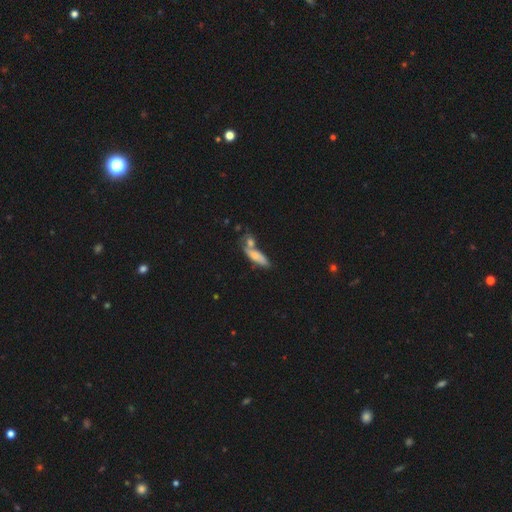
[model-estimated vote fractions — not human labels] A smooth galaxy with no disk features (68%) that is cigar-shaped (53%).

Vote fractions:
- Smooth or featured? smooth: 68% / featured or disk: 24% / star or artifact: 8%
- How rounded? cigar-shaped: 53% / in between: 44% / round: 3%
- Merging? none: 42% / merger: 36% / minor disturbance: 16% / major disturbance: 7%